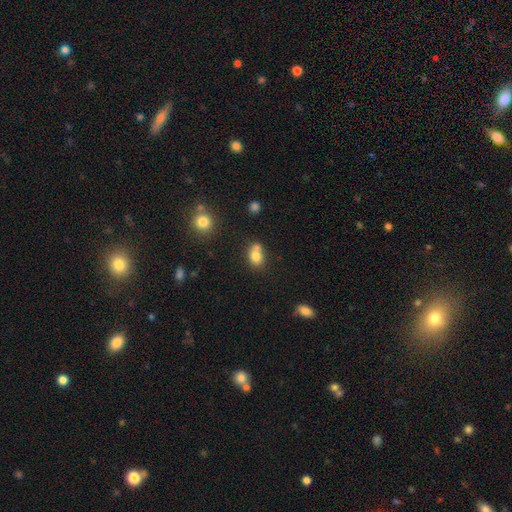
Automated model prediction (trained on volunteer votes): Smooth or featured? smooth (78%)
How rounded? in between (61%)
Merging? none (42%)